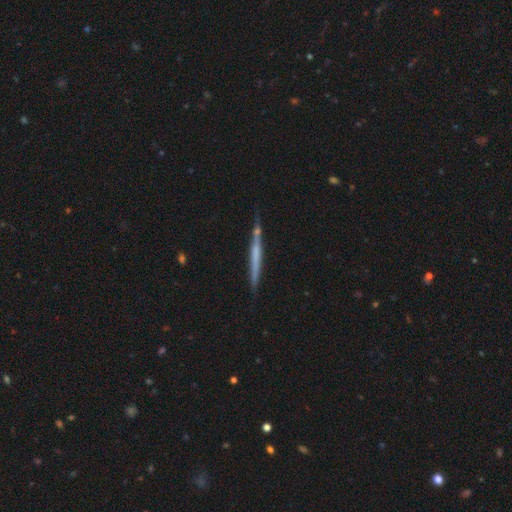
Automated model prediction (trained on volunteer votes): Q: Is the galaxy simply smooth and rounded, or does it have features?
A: featured or disk — 56%.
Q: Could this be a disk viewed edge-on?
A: yes — 96%.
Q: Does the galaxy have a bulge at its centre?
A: none — 79%.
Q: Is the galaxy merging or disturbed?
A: none — 78%.